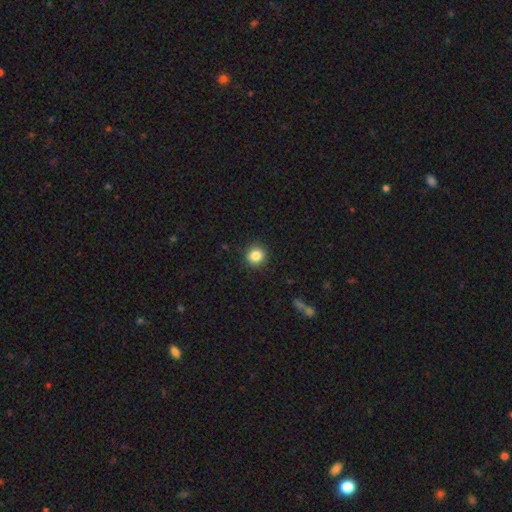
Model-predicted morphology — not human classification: Q: Smooth or featured?
A: smooth (85%); runner-up: star or artifact (10%)
Q: How rounded?
A: round (88%); runner-up: in between (11%)
Q: Merging?
A: none (90%); runner-up: minor disturbance (7%)